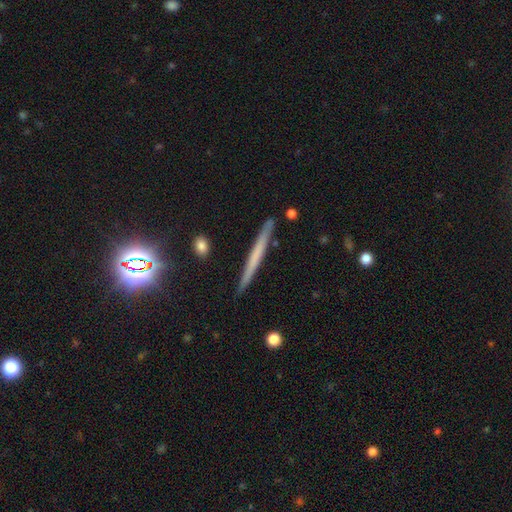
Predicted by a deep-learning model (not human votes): A featured or disk galaxy (46%). Merging: none (90%).